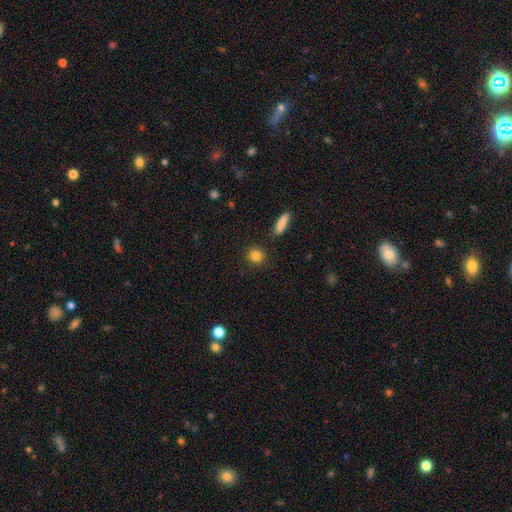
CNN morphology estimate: smooth_or_featured: smooth (p=0.84) [alt: star or artifact p=0.10]
how_rounded: round (p=0.83) [alt: in between p=0.14]
merging: none (p=0.89) [alt: minor disturbance p=0.07]